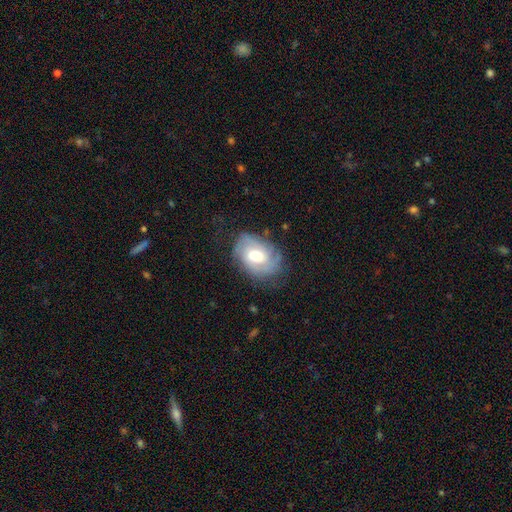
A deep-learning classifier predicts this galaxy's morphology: Smooth or featured?
  - featured or disk: 63% *
  - smooth: 30%
  - star or artifact: 7%
Edge-on disk?
  - no: 96% *
  - yes: 4%
Bar?
  - no: 54% *
  - weak: 38%
  - strong: 8%
Spiral arms?
  - yes: 85% *
  - no: 15%
Spiral winding?
  - tight: 51% *
  - medium: 36%
  - loose: 13%
Spiral arm count?
  - 2: 40% *
  - can't tell: 36%
  - 3: 12%
  - 1: 6%
  - 4: 4%
  - more than 4: 3%
Bulge size?
  - moderate: 59% *
  - large: 26%
  - small: 10%
  - dominant: 2%
  - none: 2%
Merging?
  - none: 65% *
  - minor disturbance: 23%
  - major disturbance: 10%
  - merger: 1%